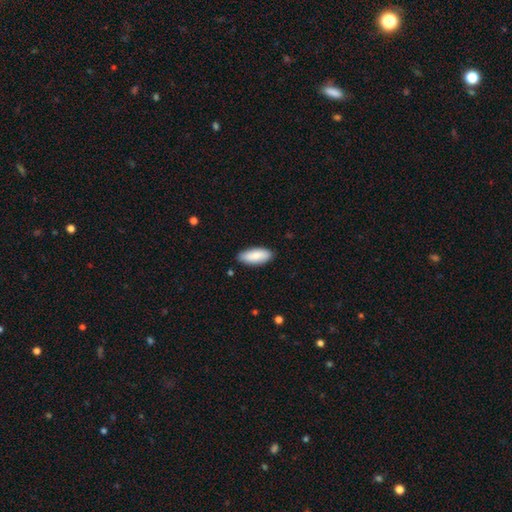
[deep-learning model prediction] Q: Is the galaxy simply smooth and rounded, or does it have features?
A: smooth — 87%.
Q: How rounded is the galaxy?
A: in between — 81%.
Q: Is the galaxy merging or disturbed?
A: none — 87%.